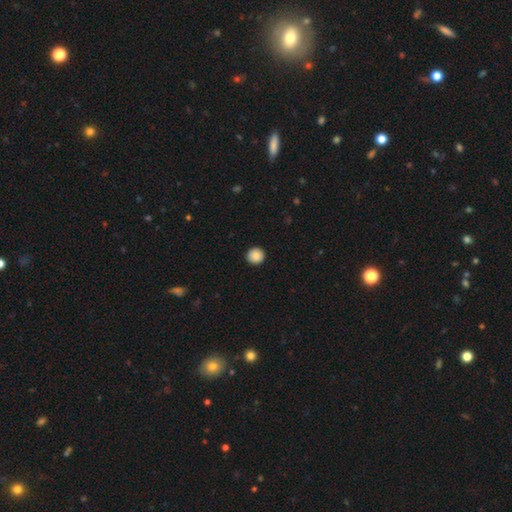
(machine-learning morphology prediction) type=smooth (87%); roundness=round (95%); merging=none (93%).